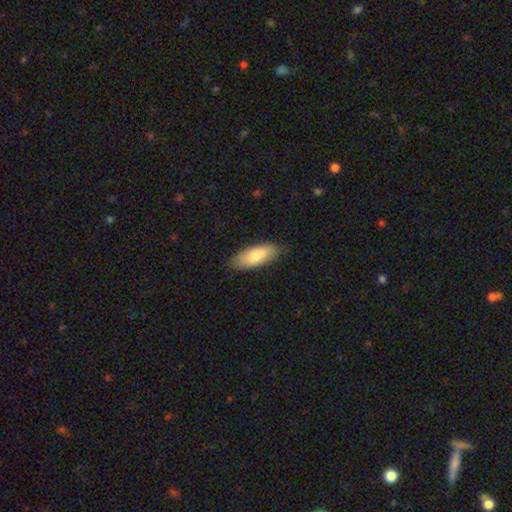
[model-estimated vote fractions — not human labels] Smooth or featured?
  - smooth: 80% *
  - featured or disk: 14%
  - star or artifact: 5%
How rounded?
  - in between: 78% *
  - cigar-shaped: 20%
  - round: 2%
Merging?
  - none: 81% *
  - minor disturbance: 15%
  - major disturbance: 3%
  - merger: 1%